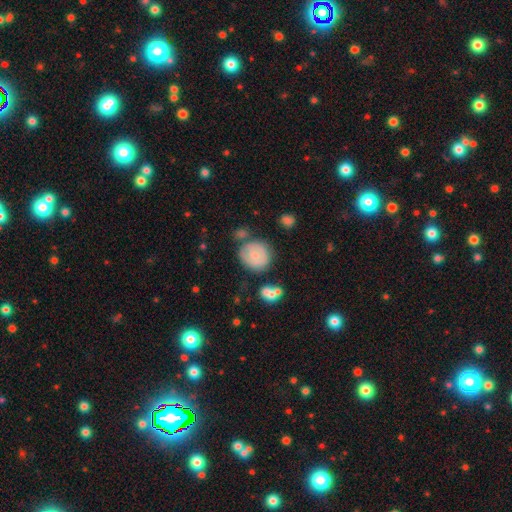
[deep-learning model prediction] Smooth or featured: smooth — 61% (featured or disk — 32%)
How rounded: round — 84% (in between — 15%)
Merging: none — 65% (minor disturbance — 19%)